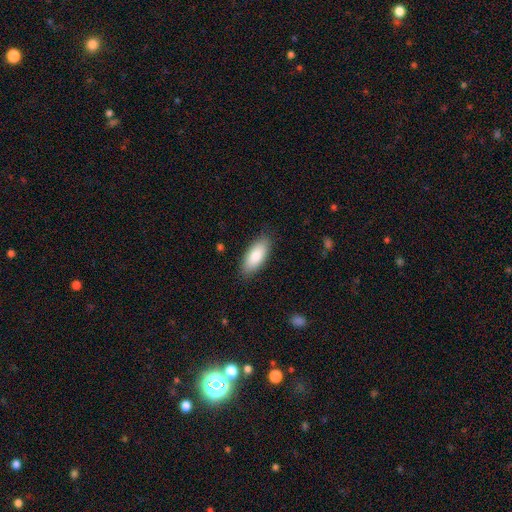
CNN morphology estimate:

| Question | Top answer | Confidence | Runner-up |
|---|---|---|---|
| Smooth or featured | smooth | 84% | featured or disk (10%) |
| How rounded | in between | 84% | cigar-shaped (14%) |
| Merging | none | 86% | minor disturbance (11%) |